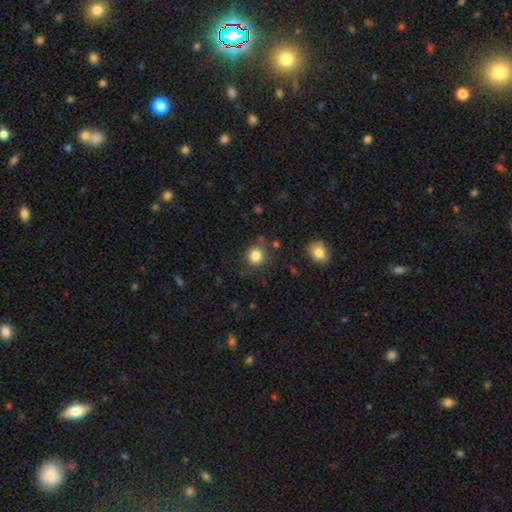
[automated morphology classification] smooth_or_featured: smooth (p=0.83) [alt: star or artifact p=0.11]
how_rounded: round (p=0.87) [alt: in between p=0.12]
merging: none (p=0.80) [alt: minor disturbance p=0.12]